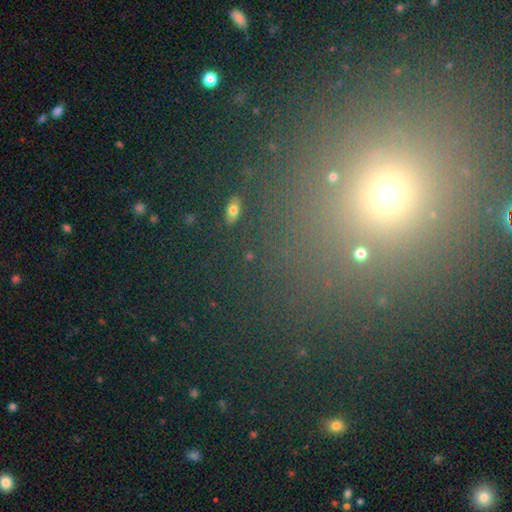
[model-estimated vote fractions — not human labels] Smooth or featured? Predicted: star or artifact (p=0.51).